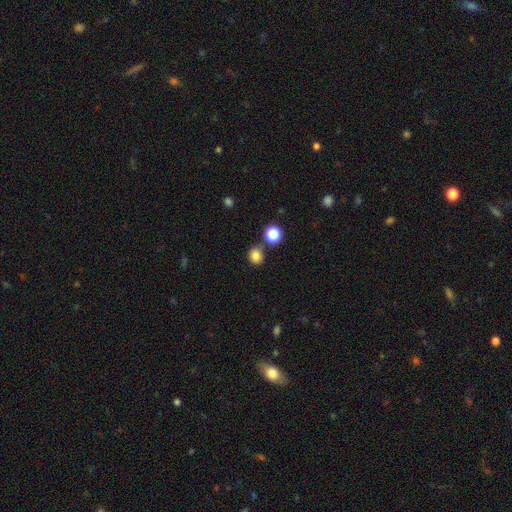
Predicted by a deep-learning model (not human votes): A smooth galaxy with no disk features (82%) that is round (78%). Merging: none (73%).